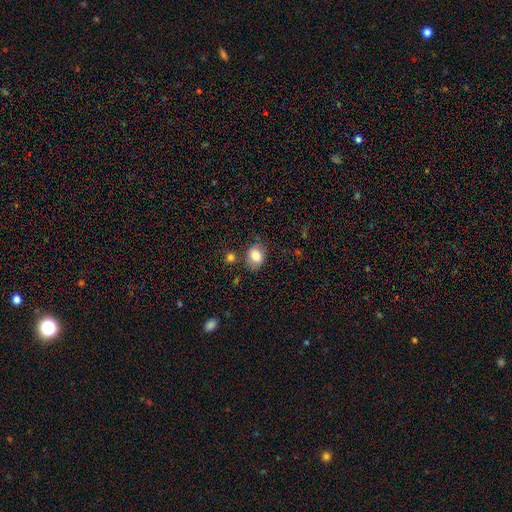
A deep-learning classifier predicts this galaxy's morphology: Smooth or featured: smooth — 81% (featured or disk — 10%)
How rounded: round — 50% (in between — 49%)
Merging: none — 74% (minor disturbance — 16%)